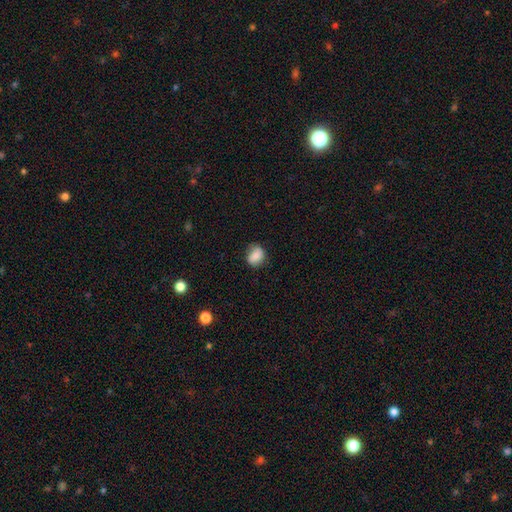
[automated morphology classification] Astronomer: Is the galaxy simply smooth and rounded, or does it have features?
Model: smooth — 81%.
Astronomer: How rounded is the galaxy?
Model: round — 50% (runner-up: in between, 49%).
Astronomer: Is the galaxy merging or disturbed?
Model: none — 64%.